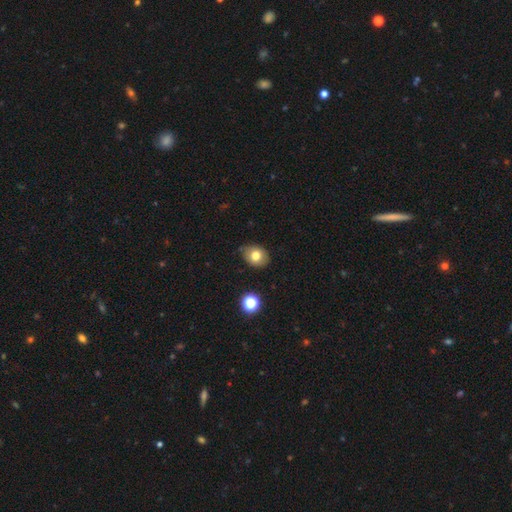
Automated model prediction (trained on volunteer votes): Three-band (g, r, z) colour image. It shows a smooth galaxy with no disk features (77%) that is in between round and cigar-shaped (54%). Merging: none (78%).